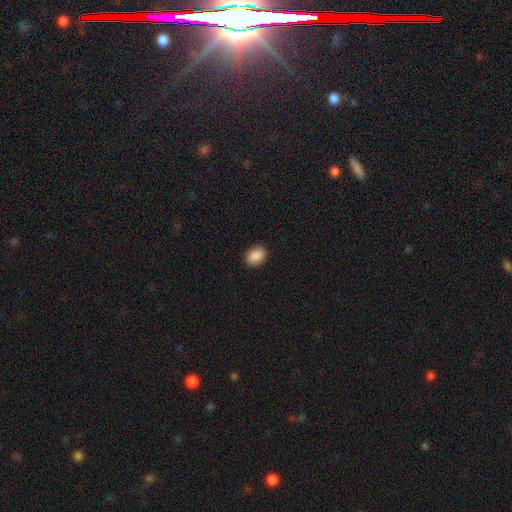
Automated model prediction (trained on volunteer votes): Overall: smooth (90%). How rounded: in between (70%). Merging: none (91%).